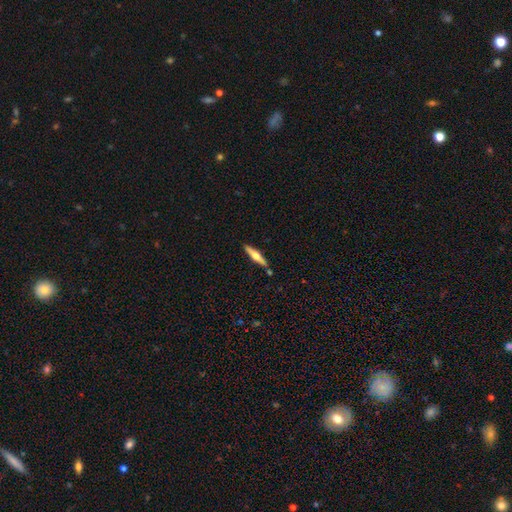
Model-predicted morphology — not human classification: Overall: featured or disk (62%; smooth 33%). Edge-on disk: yes (96%). Edge-on bulge: rounded (93%). Merging: none (85%).